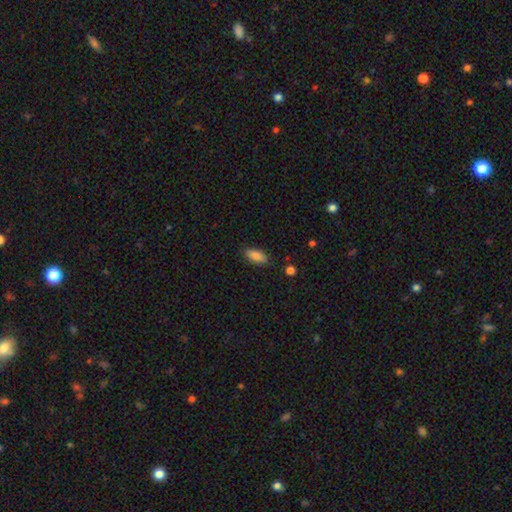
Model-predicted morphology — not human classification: smooth 85%, featured or disk 7%, star or artifact 7%. Down the decision tree: how rounded — in between (87%); merging — none (85%).